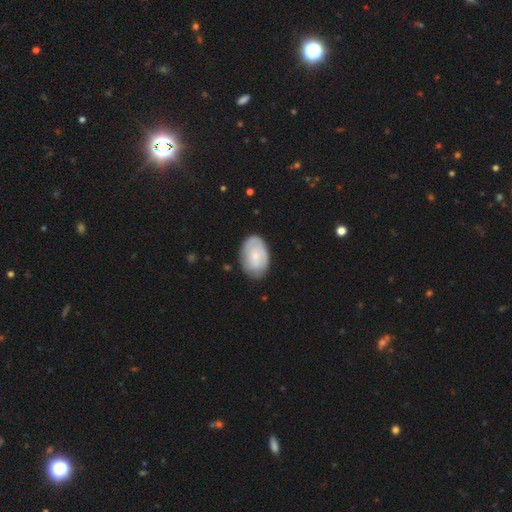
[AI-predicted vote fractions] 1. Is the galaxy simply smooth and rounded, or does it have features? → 60% smooth, 34% featured or disk, 6% star or artifact.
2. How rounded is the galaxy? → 87% in between, 12% round, 1% cigar-shaped.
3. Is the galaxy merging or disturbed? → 75% none, 19% minor disturbance, 4% major disturbance, 1% merger.